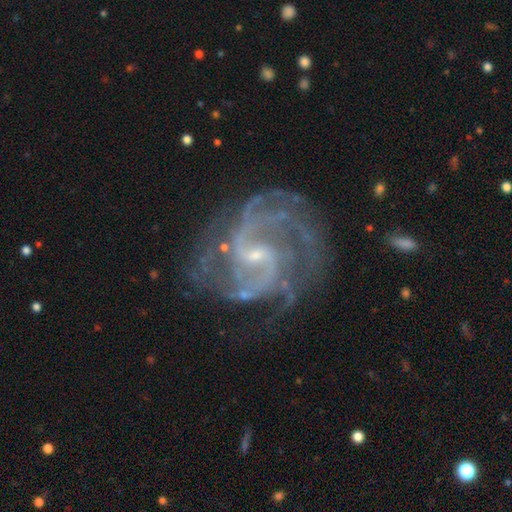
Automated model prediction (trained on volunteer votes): This appears to be a featured or disk galaxy (92%) with a weak bar (57%), 2 (49%) medium (54%) spiral arms (98%) and a small central bulge (77%). Merging: none (68%).